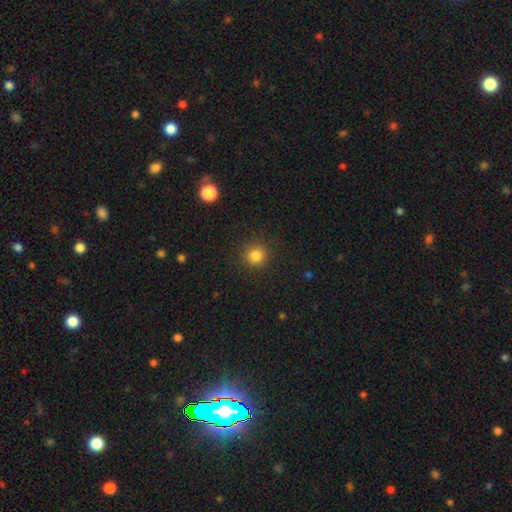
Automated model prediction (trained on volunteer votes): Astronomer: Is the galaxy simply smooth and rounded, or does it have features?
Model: smooth — 83%.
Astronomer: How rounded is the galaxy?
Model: round — 94%.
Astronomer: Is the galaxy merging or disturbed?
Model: none — 90%.